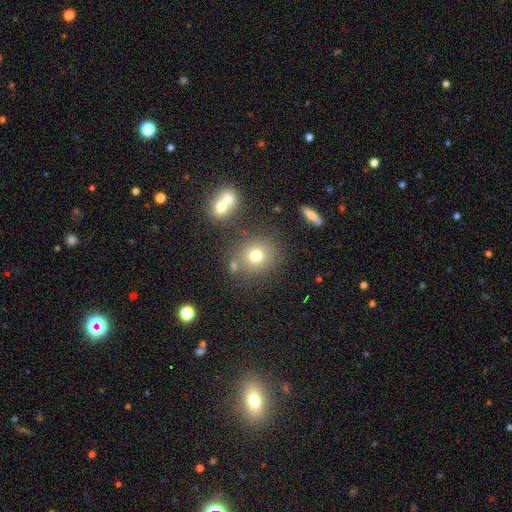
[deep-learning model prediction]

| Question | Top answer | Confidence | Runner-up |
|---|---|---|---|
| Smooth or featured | smooth | 74% | star or artifact (15%) |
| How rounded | round | 83% | in between (16%) |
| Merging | none | 75% | merger (12%) |